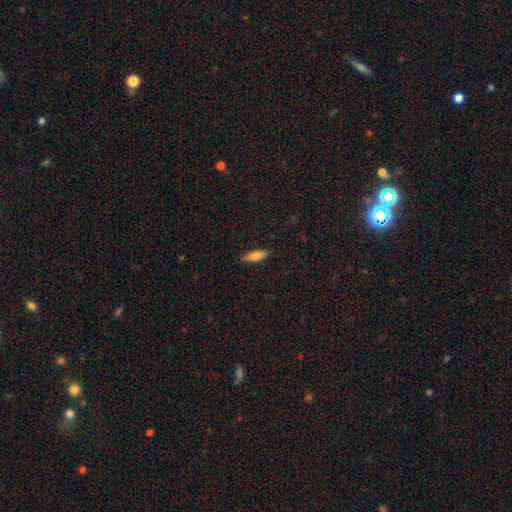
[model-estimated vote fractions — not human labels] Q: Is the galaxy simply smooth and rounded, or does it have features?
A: smooth — 80%.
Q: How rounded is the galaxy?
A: cigar-shaped — 56%.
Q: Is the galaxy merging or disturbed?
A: none — 87%.